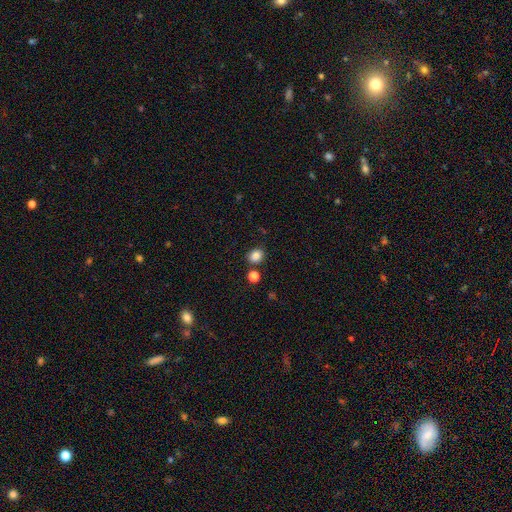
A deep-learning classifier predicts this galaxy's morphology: The model was most divided on "how rounded": round: 64%, in between: 35%, cigar-shaped: 1%. More confident: smooth or featured — smooth (85%); merging — none (81%).